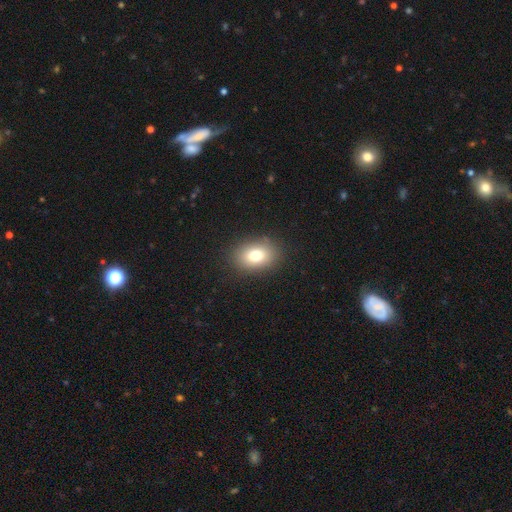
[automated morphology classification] A smooth galaxy with no disk features (77%) that is in between round and cigar-shaped (73%).

Vote fractions:
- Smooth or featured? smooth: 77% / featured or disk: 12% / star or artifact: 11%
- How rounded? in between: 73% / round: 25% / cigar-shaped: 1%
- Merging? none: 87% / minor disturbance: 8% / major disturbance: 3% / merger: 1%